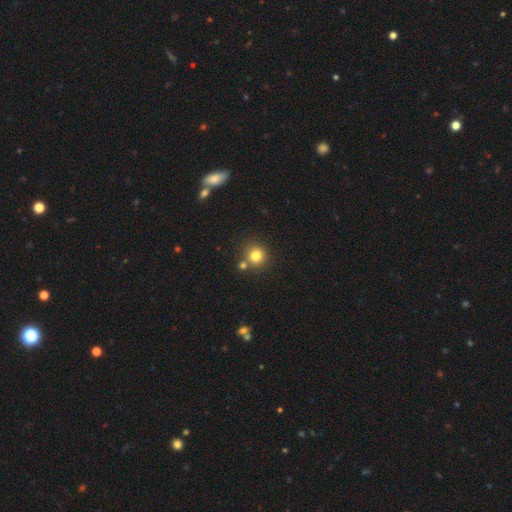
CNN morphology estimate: smooth-or-featured: smooth: 80% | star or artifact: 13% | featured or disk: 7%
  how-rounded: round: 91% | in between: 9% | cigar-shaped: 1%
  merging: none: 71% | merger: 17% | minor disturbance: 9% | major disturbance: 3%